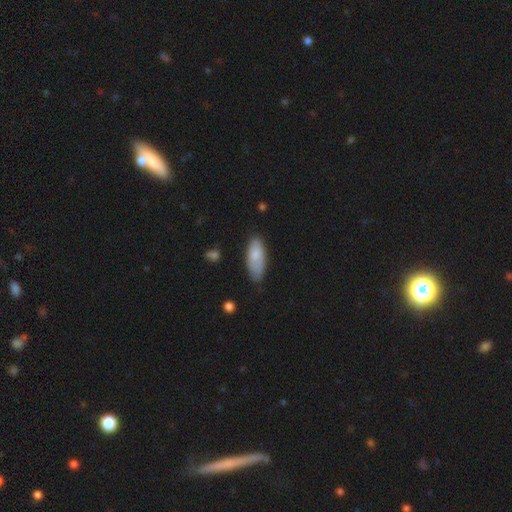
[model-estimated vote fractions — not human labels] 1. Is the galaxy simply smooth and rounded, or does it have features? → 79% smooth, 15% featured or disk, 6% star or artifact.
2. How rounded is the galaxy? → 82% in between, 16% cigar-shaped, 2% round.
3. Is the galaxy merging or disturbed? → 63% none, 28% minor disturbance, 6% major disturbance, 2% merger.